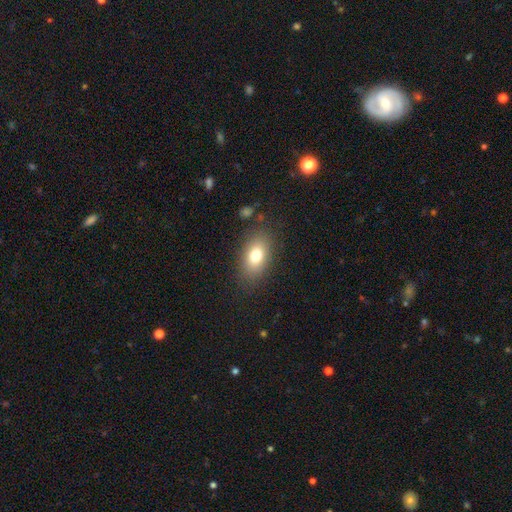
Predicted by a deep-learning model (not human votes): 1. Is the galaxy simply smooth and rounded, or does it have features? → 77% smooth, 13% featured or disk, 10% star or artifact.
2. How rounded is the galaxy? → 86% in between, 12% round, 2% cigar-shaped.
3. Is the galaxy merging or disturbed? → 83% none, 11% minor disturbance, 4% major disturbance, 2% merger.